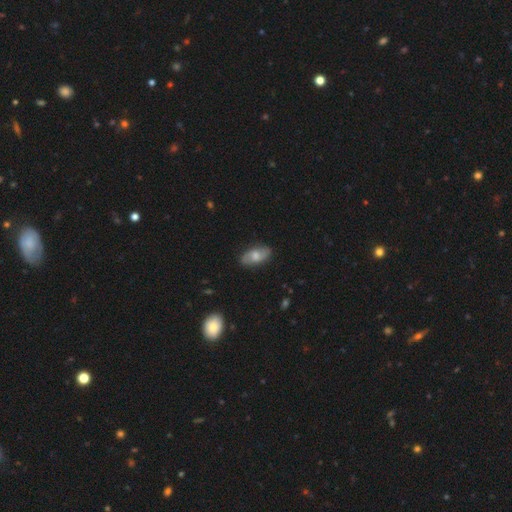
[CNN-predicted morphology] Smooth or featured: smooth — 50% (featured or disk — 43%)
How rounded: in between — 91% (cigar-shaped — 5%)
Merging: none — 83% (minor disturbance — 13%)